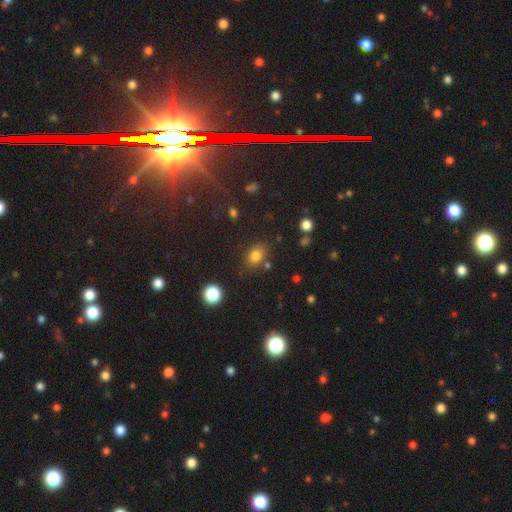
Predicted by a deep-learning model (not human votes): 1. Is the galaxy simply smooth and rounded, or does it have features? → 79% smooth, 14% star or artifact, 7% featured or disk.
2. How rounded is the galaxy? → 61% in between, 37% round, 1% cigar-shaped.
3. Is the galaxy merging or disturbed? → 78% none, 13% minor disturbance, 5% merger, 4% major disturbance.